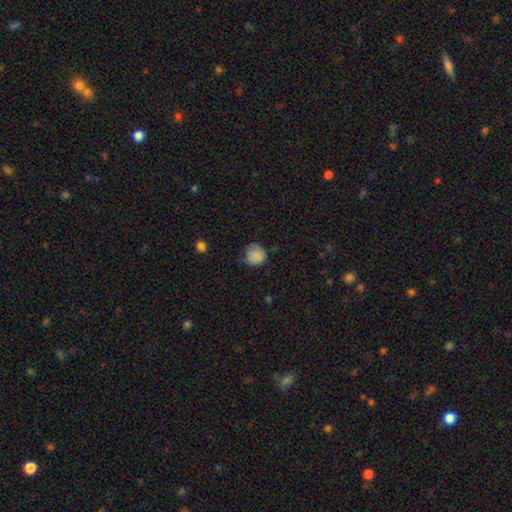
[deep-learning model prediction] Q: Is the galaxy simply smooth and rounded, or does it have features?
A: smooth — 85%.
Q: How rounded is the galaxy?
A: round — 84%.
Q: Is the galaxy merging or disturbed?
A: none — 59%.